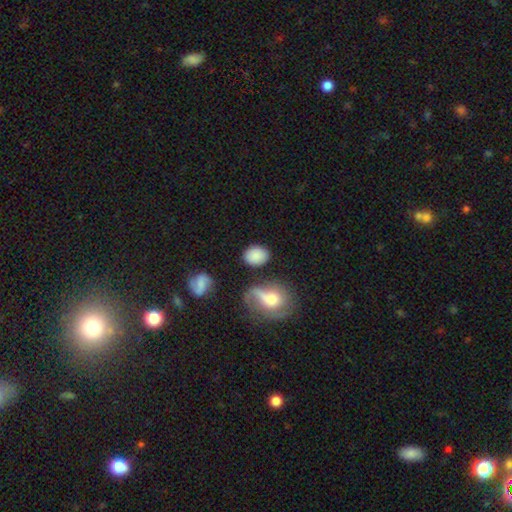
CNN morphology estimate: Q: Smooth or featured?
A: smooth (82%); runner-up: featured or disk (9%)
Q: How rounded?
A: in between (67%); runner-up: round (32%)
Q: Merging?
A: none (71%); runner-up: minor disturbance (14%)